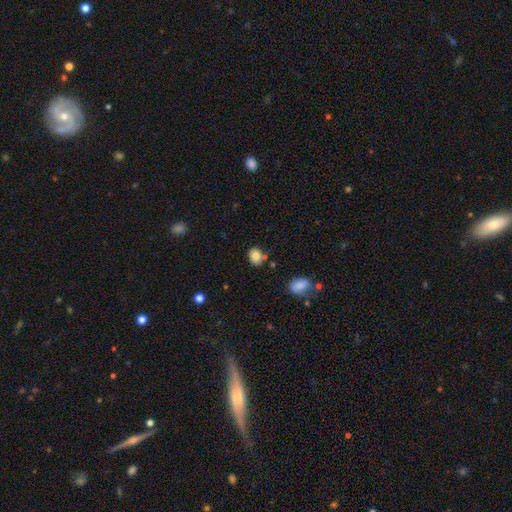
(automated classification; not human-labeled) smooth_or_featured: smooth (p=0.81) [alt: star or artifact p=0.10]
how_rounded: in between (p=0.54) [alt: round p=0.45]
merging: none (p=0.74) [alt: minor disturbance p=0.14]